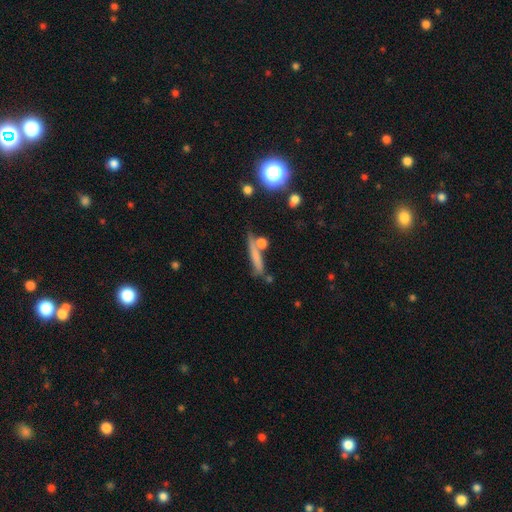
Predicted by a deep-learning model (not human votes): smooth-or-featured: smooth: 61% | featured or disk: 28% | star or artifact: 11%
  how-rounded: cigar-shaped: 84% | in between: 10% | round: 6%
  merging: none: 60% | minor disturbance: 17% | merger: 15% | major disturbance: 7%